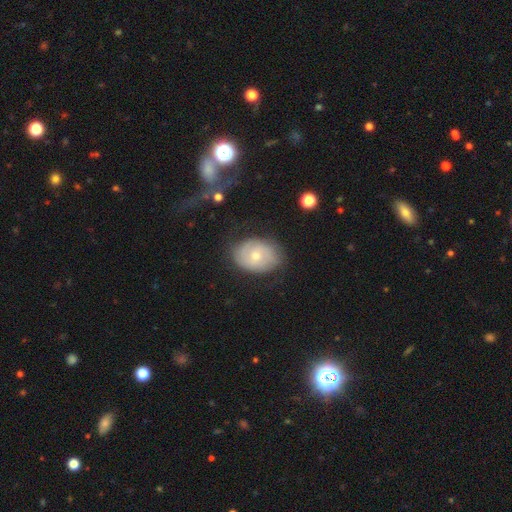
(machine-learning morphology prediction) Smooth or featured? featured or disk (54%)
Edge-on disk? no (96%)
Bar? no (75%)
Spiral arms? yes (74%)
Bulge size? small (48%, tied with moderate)
Merging? none (71%)